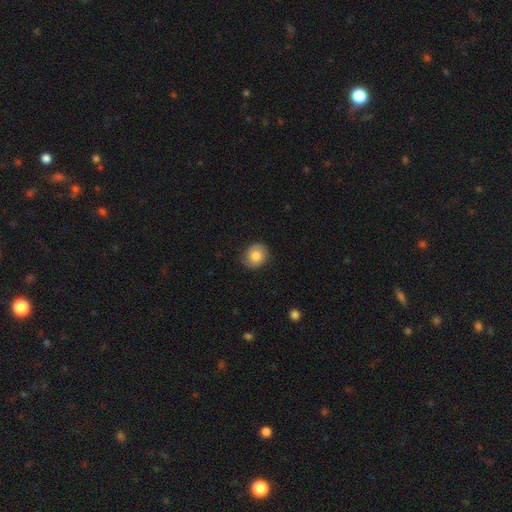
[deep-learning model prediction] A smooth galaxy with no disk features (77%) that is round (74%). Merging: none (84%).